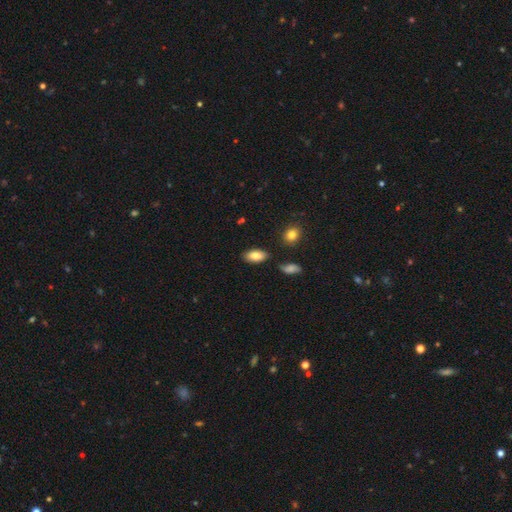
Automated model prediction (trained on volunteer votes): Smooth or featured? smooth (83%)
How rounded? in between (92%)
Merging? none (82%)